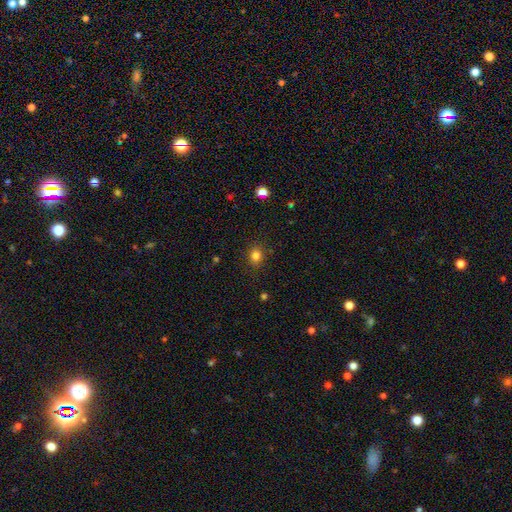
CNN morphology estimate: smooth-or-featured: smooth: 82% | star or artifact: 13% | featured or disk: 5%
  how-rounded: round: 61% | in between: 38% | cigar-shaped: 1%
  merging: none: 87% | minor disturbance: 9% | major disturbance: 3% | merger: 1%